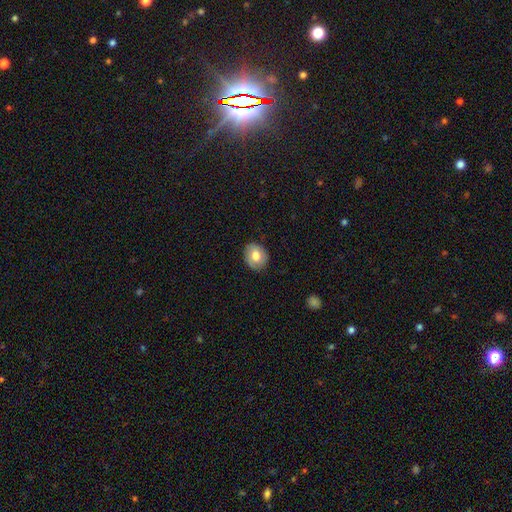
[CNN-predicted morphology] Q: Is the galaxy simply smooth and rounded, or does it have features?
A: smooth — 73%.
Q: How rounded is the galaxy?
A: round — 57%.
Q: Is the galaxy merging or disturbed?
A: none — 84%.